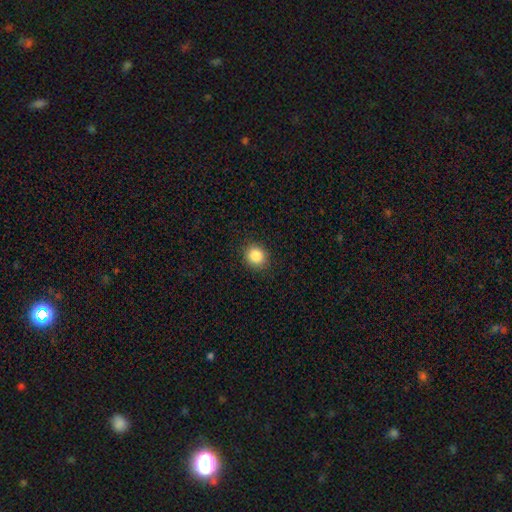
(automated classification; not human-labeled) Smooth or featured? Predicted: smooth (p=0.86). How rounded? Predicted: round (p=0.81). Merging? Predicted: none (p=0.90).